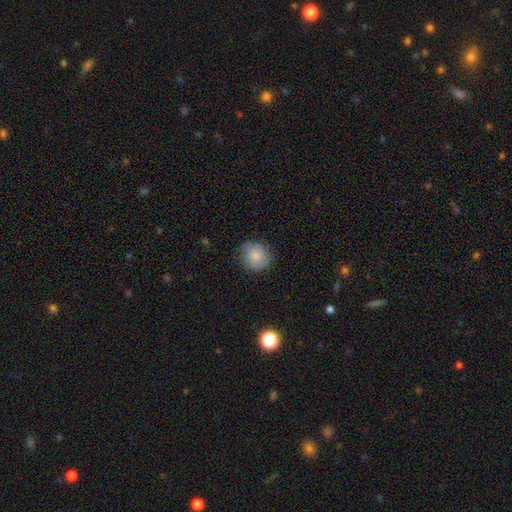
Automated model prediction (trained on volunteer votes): Smooth or featured? Predicted: smooth (p=0.82). How rounded? Predicted: round (p=0.85). Merging? Predicted: none (p=0.82).